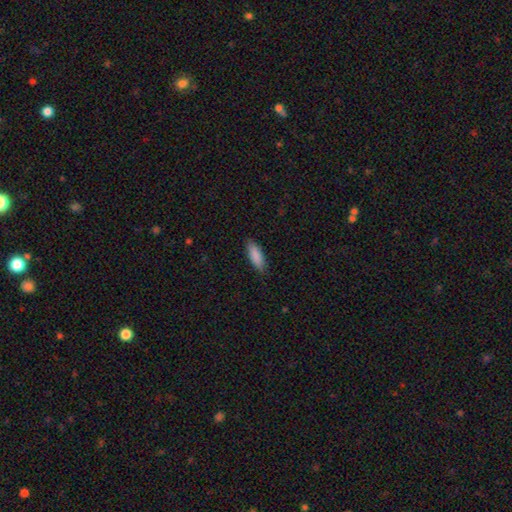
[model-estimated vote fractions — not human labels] This is clearly a smooth galaxy (89%). How rounded: likely in between (63%). Merging: clearly none (86%).